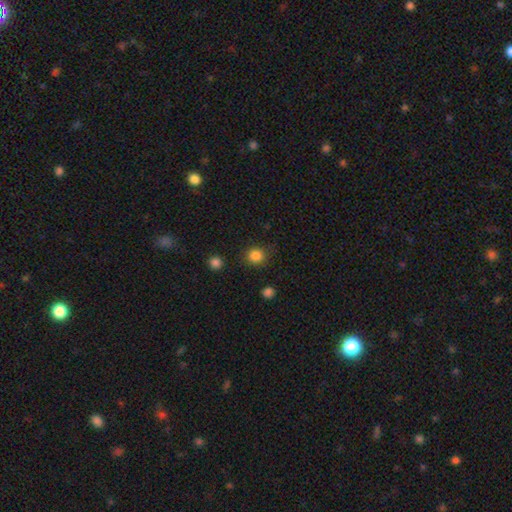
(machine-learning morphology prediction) Smooth or featured: smooth — 85% (star or artifact — 11%)
How rounded: round — 89% (in between — 10%)
Merging: none — 86% (minor disturbance — 9%)